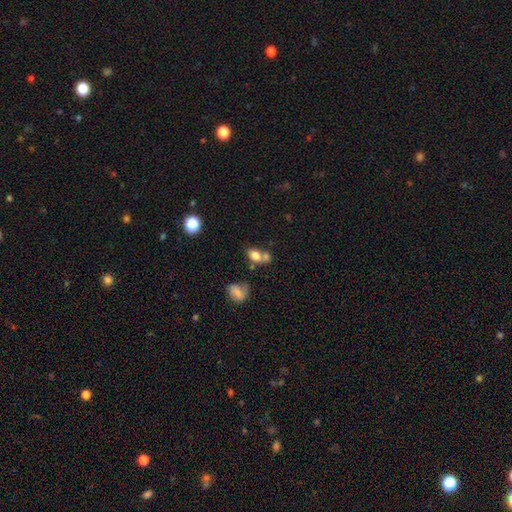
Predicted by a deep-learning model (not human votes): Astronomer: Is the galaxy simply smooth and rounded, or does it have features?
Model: smooth — 76%.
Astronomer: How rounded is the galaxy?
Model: in between — 73%.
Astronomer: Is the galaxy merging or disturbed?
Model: merger — 44% (runner-up: none, 36%).